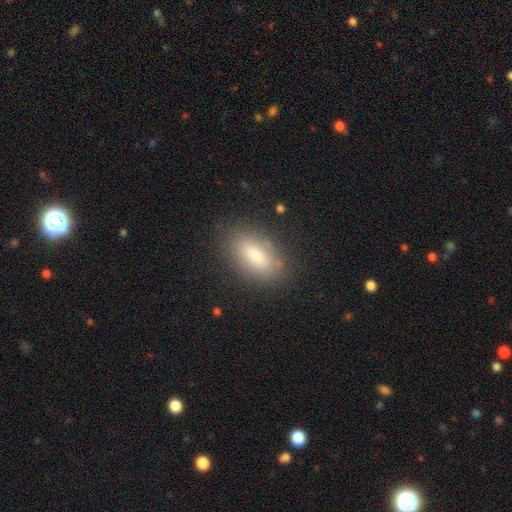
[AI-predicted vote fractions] A smooth galaxy with no disk features (77%) that is in between round and cigar-shaped (86%). Merging: none (81%).